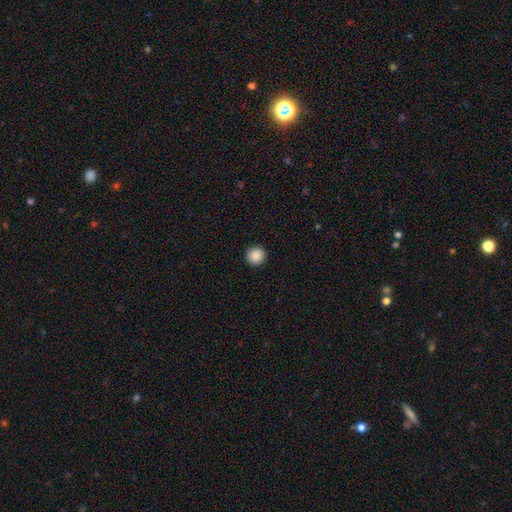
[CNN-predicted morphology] Smooth or featured?
  - smooth: 88% *
  - star or artifact: 9%
  - featured or disk: 4%
How rounded?
  - round: 95% *
  - in between: 4%
  - cigar-shaped: 1%
Merging?
  - none: 93% *
  - minor disturbance: 4%
  - major disturbance: 2%
  - merger: 1%